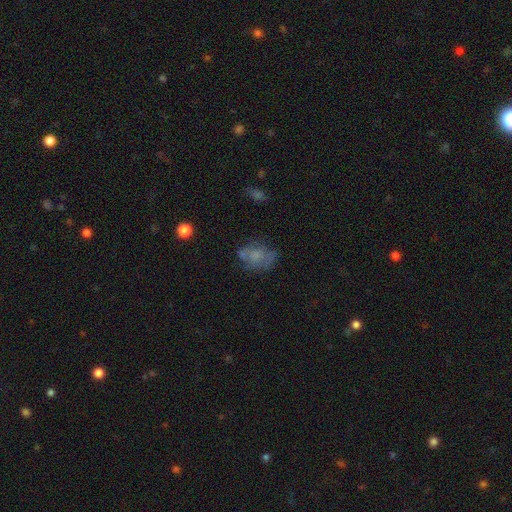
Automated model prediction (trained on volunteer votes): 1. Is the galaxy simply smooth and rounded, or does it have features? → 56% smooth, 31% featured or disk, 13% star or artifact.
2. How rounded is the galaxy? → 70% in between, 28% round, 2% cigar-shaped.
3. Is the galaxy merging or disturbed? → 51% none, 25% minor disturbance, 16% major disturbance, 8% merger.